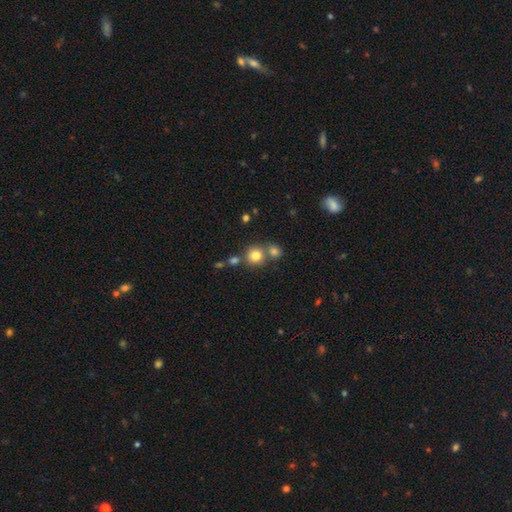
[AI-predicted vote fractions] This is likely a smooth galaxy (79%). How rounded: clearly round (89%). Merging: likely none (62%).